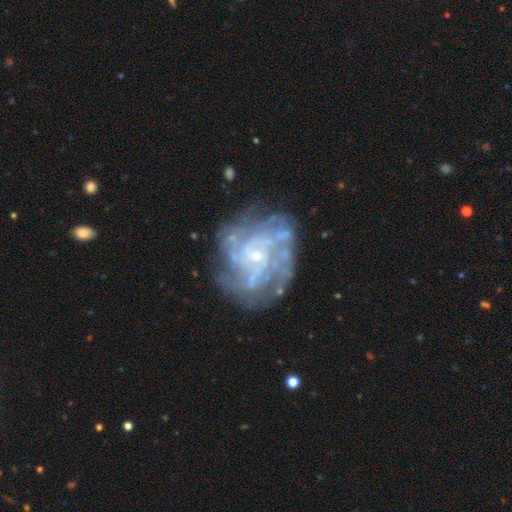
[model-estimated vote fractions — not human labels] The model was most divided on "spiral arm count": can't tell: 29%, 4: 26%, 3: 15%, more than 4: 14%, 2: 9%, 1: 6%. More confident: edge-on disk — no (98%); spiral arms — yes (94%); smooth or featured — featured or disk (87%); bulge size — small (79%); merging — none (67%); bar — no (66%); spiral winding — tight (56%).